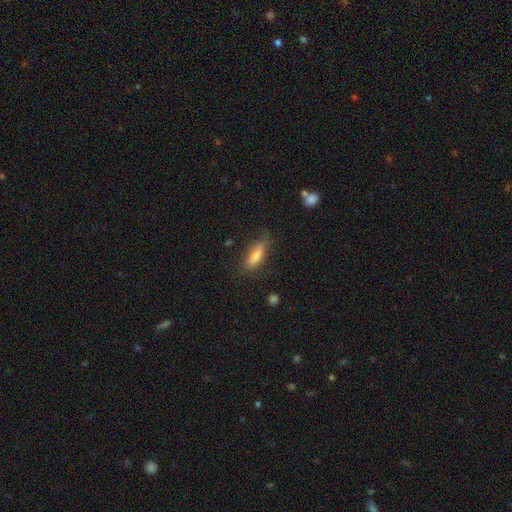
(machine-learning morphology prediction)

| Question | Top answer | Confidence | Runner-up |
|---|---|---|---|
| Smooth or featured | smooth | 71% | featured or disk (21%) |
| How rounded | in between | 54% | cigar-shaped (43%) |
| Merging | none | 68% | minor disturbance (23%) |